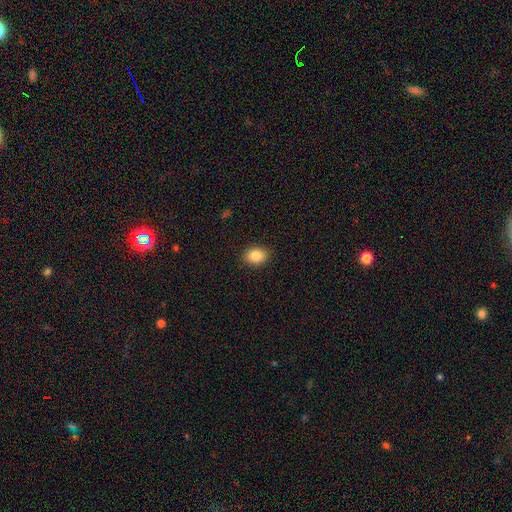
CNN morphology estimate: Overall: smooth (85%). How rounded: in between (60%; round 39%). Merging: none (90%).